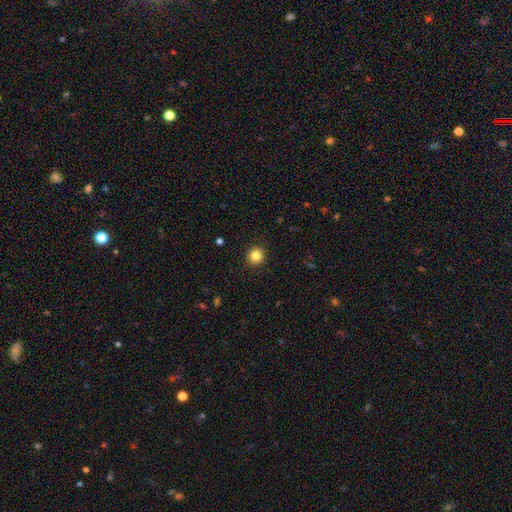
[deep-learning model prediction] smooth_or_featured: smooth (p=0.84) [alt: star or artifact p=0.11]
how_rounded: round (p=0.93) [alt: in between p=0.06]
merging: none (p=0.92) [alt: minor disturbance p=0.05]